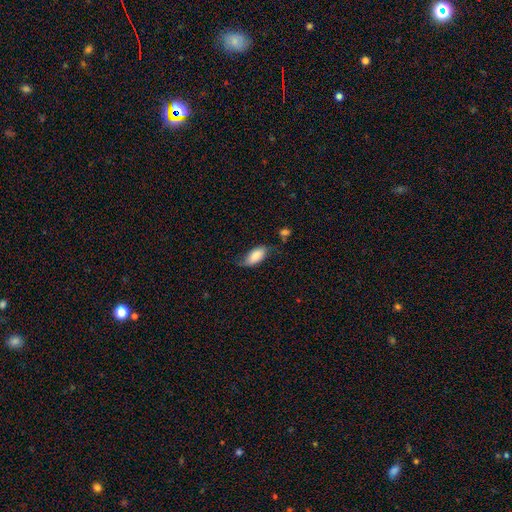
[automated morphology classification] The model was most divided on "merging": none: 56%, minor disturbance: 31%, major disturbance: 9%, merger: 3%. More confident: how rounded — in between (92%); smooth or featured — smooth (82%).